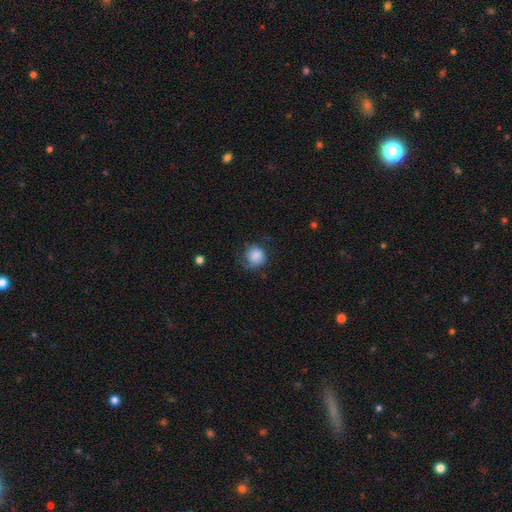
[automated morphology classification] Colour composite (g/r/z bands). It shows a smooth galaxy with no disk features (77%) that is round (83%). Merging: none (48%).